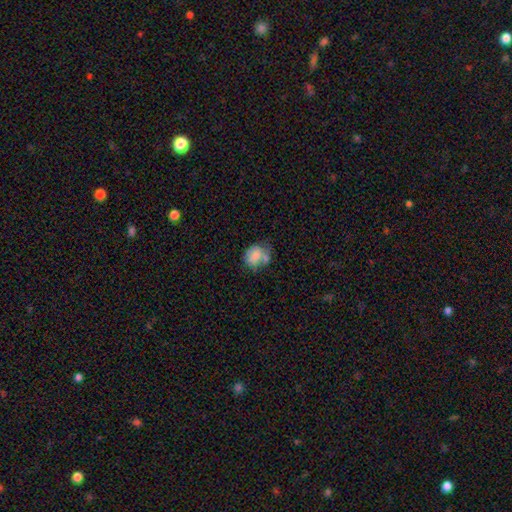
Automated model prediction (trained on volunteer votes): Q: Smooth or featured?
A: smooth (73%); runner-up: featured or disk (19%)
Q: How rounded?
A: round (50%); runner-up: in between (49%)
Q: Merging?
A: none (37%); runner-up: merger (27%)